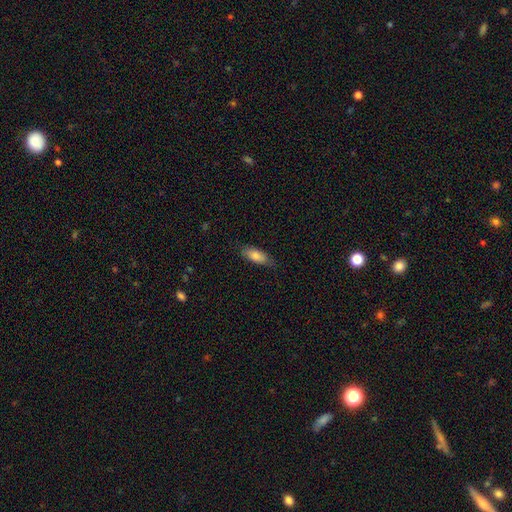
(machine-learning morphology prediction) The model was most divided on "how rounded": in between: 75%, cigar-shaped: 23%, round: 2%. More confident: smooth or featured — smooth (79%); merging — none (78%).